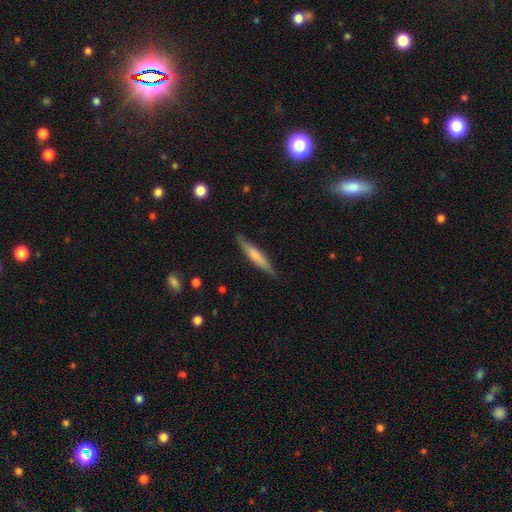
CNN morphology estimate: This is likely a smooth galaxy (62%). How rounded: clearly cigar-shaped (91%). Merging: clearly none (83%).